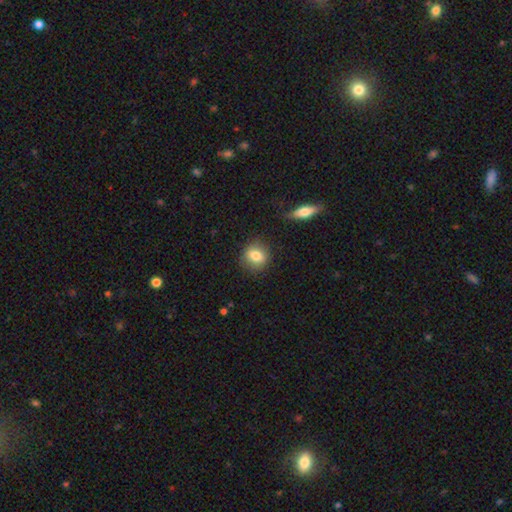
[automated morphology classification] Smooth or featured: smooth — 78% (featured or disk — 13%)
How rounded: round — 70% (in between — 29%)
Merging: none — 83% (minor disturbance — 12%)